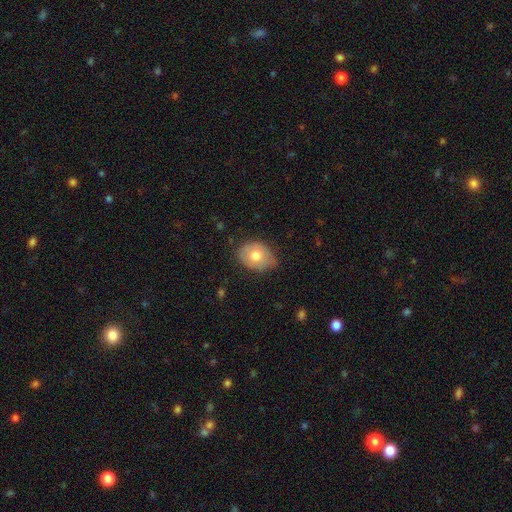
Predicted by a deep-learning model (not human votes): smooth-or-featured: smooth: 66% | featured or disk: 27% | star or artifact: 7%
  how-rounded: in between: 64% | round: 35% | cigar-shaped: 1%
  merging: none: 63% | minor disturbance: 30% | major disturbance: 6% | merger: 1%